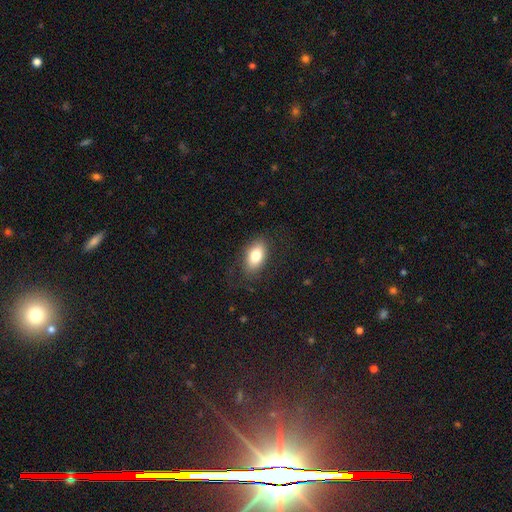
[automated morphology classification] A smooth galaxy with no disk features (79%) that is in between round and cigar-shaped (90%).

Vote fractions:
- Smooth or featured? smooth: 79% / featured or disk: 13% / star or artifact: 8%
- How rounded? in between: 90% / round: 7% / cigar-shaped: 3%
- Merging? none: 82% / minor disturbance: 13% / major disturbance: 5% / merger: 1%